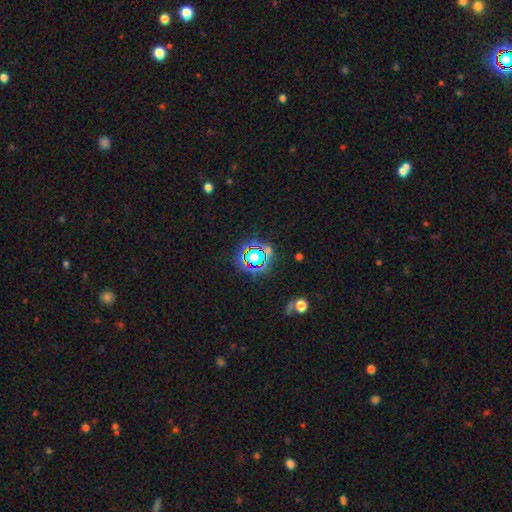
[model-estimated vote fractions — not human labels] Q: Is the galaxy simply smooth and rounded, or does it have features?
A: star or artifact — 72%.